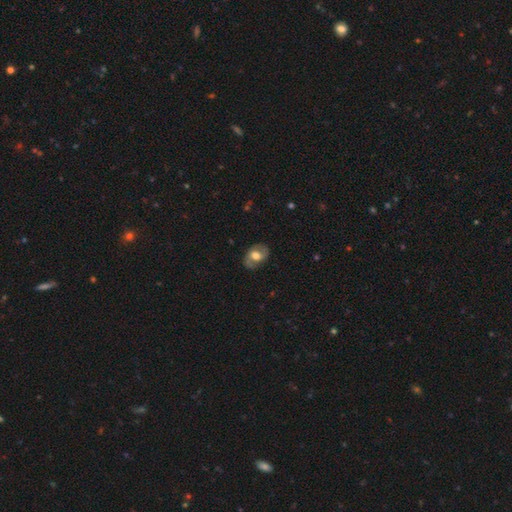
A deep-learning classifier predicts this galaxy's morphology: A featured or disk galaxy (55%) with no bar (54%), spiral arms (64%) and a moderate central bulge (56%).

Vote fractions:
- Smooth or featured? featured or disk: 55% / smooth: 38% / star or artifact: 7%
- Edge-on disk? no: 94% / yes: 6%
- Bar? no: 54% / weak: 35% / strong: 12%
- Spiral arms? yes: 64% / no: 36%
- Bulge size? moderate: 56% / large: 34% / small: 7% / dominant: 2% / none: 1%
- Merging? none: 76% / minor disturbance: 17% / major disturbance: 6% / merger: 1%